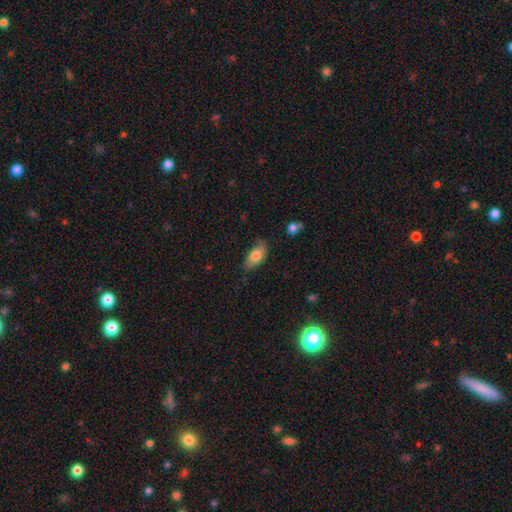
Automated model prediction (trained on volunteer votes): smooth_or_featured: smooth (p=0.76) [alt: featured or disk p=0.17]
how_rounded: in between (p=0.88) [alt: cigar-shaped p=0.08]
merging: none (p=0.75) [alt: minor disturbance p=0.20]